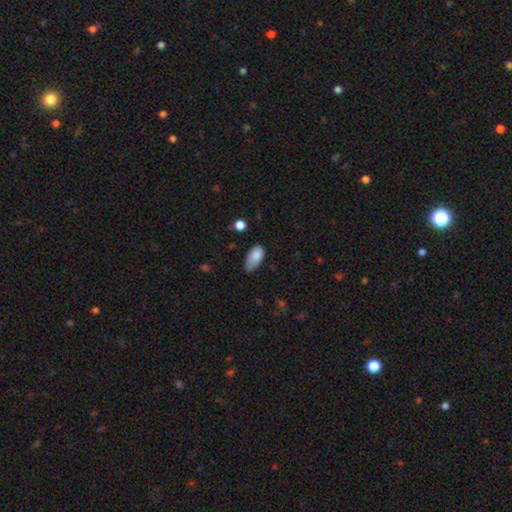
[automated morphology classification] Overall: smooth (83%). How rounded: in between (93%). Merging: minor disturbance (45%; none 41%).